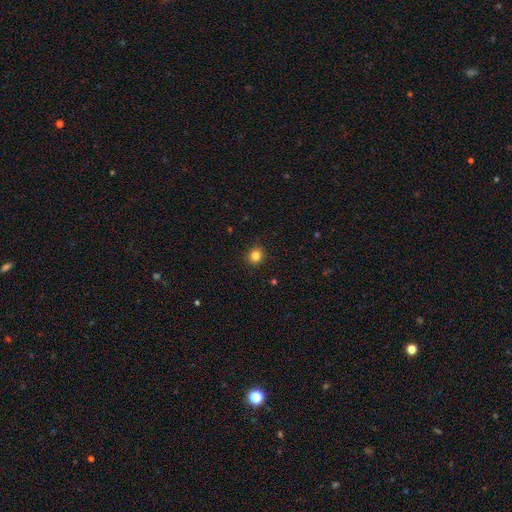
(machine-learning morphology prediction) smooth 83%, star or artifact 12%, featured or disk 5%. Down the decision tree: how rounded — round (84%); merging — none (91%).